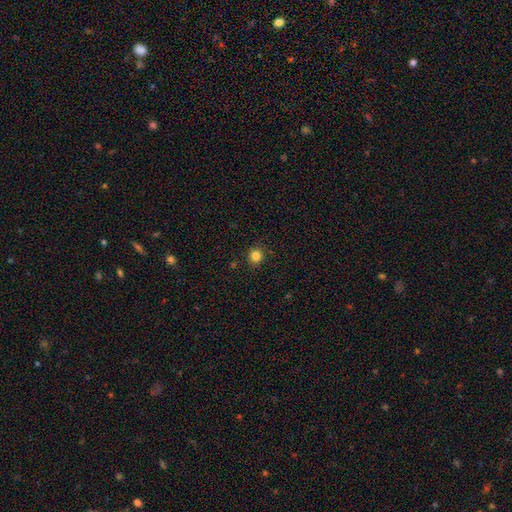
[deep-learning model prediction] A smooth galaxy with no disk features (84%) that is round (82%). Merging: none (88%).